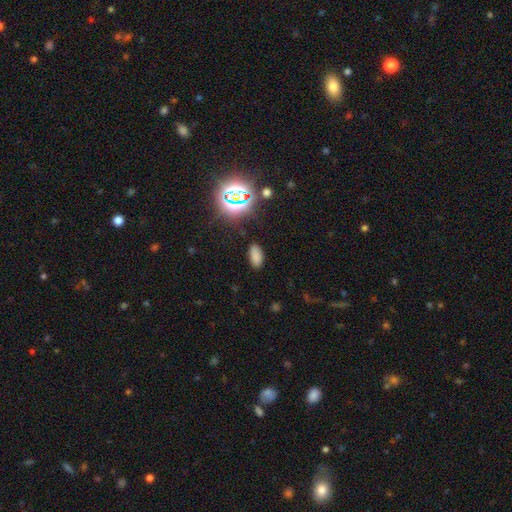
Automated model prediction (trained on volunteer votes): Smooth or featured? smooth (74%)
How rounded? in between (90%)
Merging? none (86%)